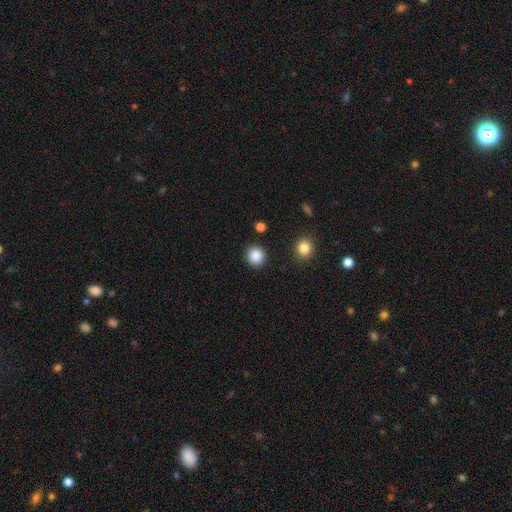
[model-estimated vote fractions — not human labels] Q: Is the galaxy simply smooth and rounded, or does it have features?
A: smooth — 87%.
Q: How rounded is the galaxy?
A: round — 89%.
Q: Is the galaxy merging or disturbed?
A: none — 89%.